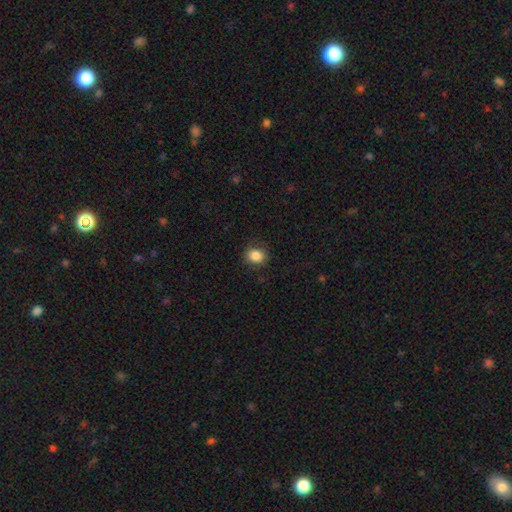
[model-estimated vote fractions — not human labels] This is clearly a smooth galaxy (86%). How rounded: likely round (67%). Merging: clearly none (87%).